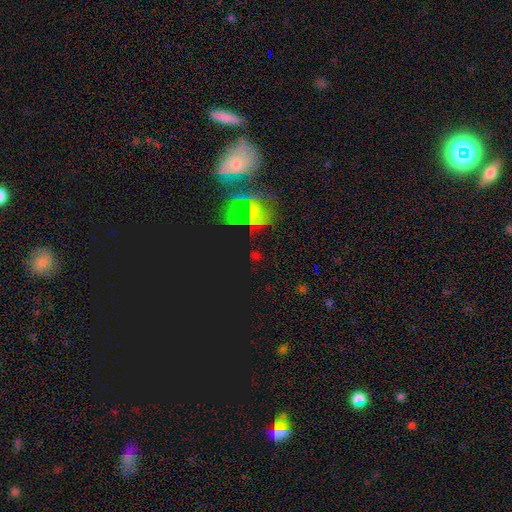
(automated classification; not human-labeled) A star or artifact, not a galaxy (68%).

Vote fractions:
- Smooth or featured? star or artifact: 68% / smooth: 21% / featured or disk: 11%